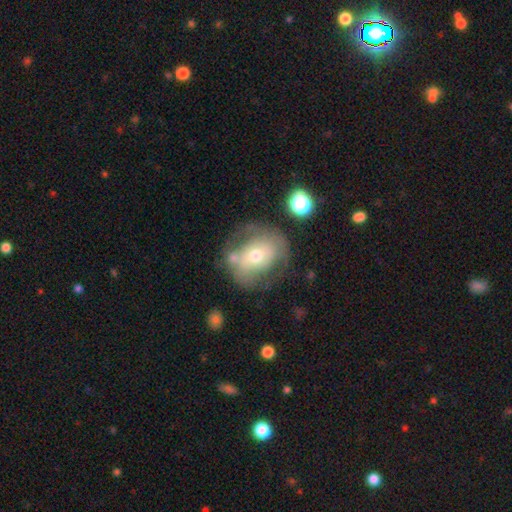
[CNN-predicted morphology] Q: Smooth or featured?
A: featured or disk (47%); runner-up: smooth (43%)
Q: Merging?
A: none (55%); runner-up: minor disturbance (22%)